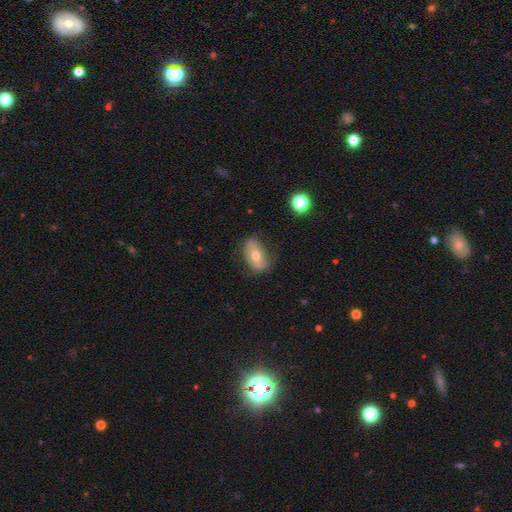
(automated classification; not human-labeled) Smooth or featured?
  - smooth: 49% *
  - featured or disk: 44%
  - star or artifact: 8%
Merging?
  - none: 67% *
  - minor disturbance: 24%
  - major disturbance: 7%
  - merger: 2%